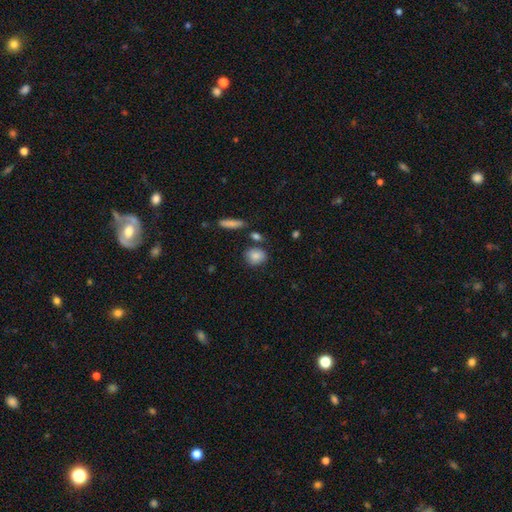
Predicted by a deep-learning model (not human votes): A smooth galaxy with no disk features (85%) that is round (61%).

Vote fractions:
- Smooth or featured? smooth: 85% / star or artifact: 8% / featured or disk: 7%
- How rounded? round: 61% / in between: 36% / cigar-shaped: 3%
- Merging? none: 74% / minor disturbance: 14% / merger: 8% / major disturbance: 4%